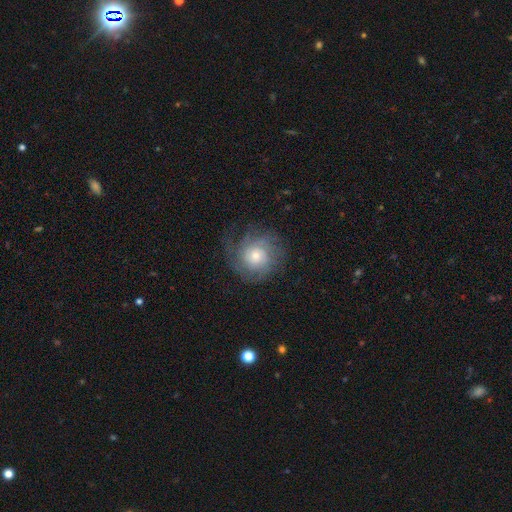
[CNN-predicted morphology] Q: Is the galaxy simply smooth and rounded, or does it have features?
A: featured or disk — 65%.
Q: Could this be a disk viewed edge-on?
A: no — 97%.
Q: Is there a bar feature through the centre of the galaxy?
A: no — 79%.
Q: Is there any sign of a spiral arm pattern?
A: yes — 89%.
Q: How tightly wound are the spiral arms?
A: tight — 56%.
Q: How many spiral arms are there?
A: can't tell — 43%.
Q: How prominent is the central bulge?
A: moderate — 52%.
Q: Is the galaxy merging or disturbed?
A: none — 68%.